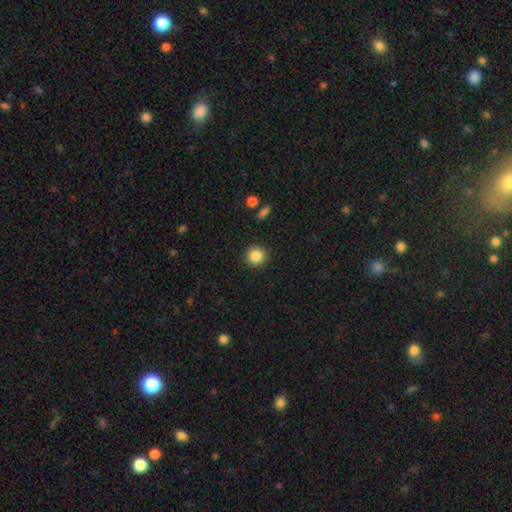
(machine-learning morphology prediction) Overall: smooth (86%). How rounded: round (93%). Merging: none (91%).